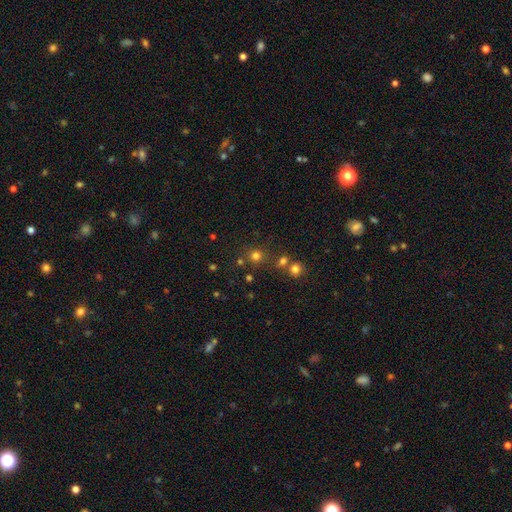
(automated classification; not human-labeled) Morphology: type=smooth (73%); roundness=round (91%); merging=none (74%).